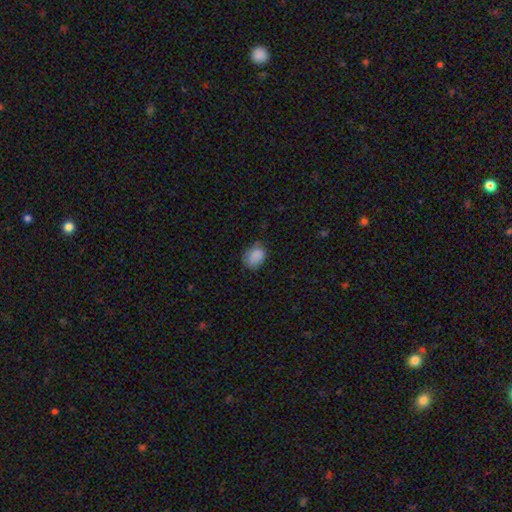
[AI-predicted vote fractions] This is clearly a smooth galaxy (85%). How rounded: likely in between (65%). Merging: likely none (61%).